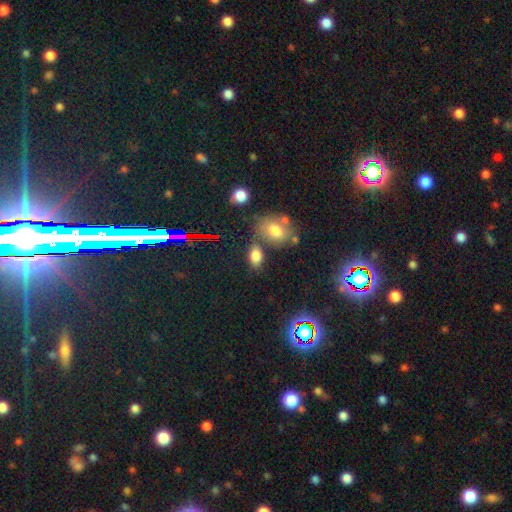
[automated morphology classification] Smooth or featured? smooth (77%)
How rounded? in between (85%)
Merging? none (67%)